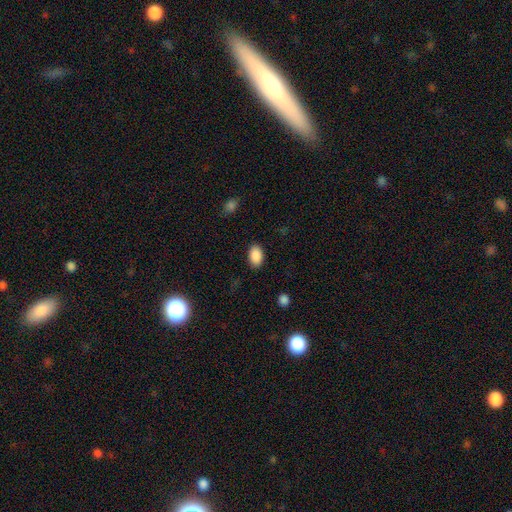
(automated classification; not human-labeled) This appears to be a smooth galaxy with no disk features (89%) that is in between round and cigar-shaped (89%). Merging: none (88%).